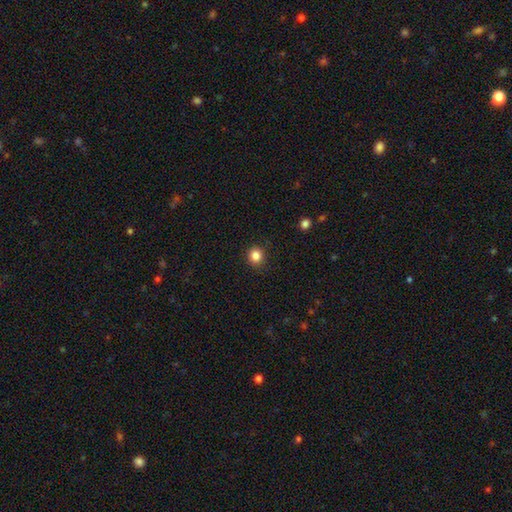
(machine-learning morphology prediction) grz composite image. It shows a smooth galaxy with no disk features (85%) that is round (89%). Merging: none (90%).